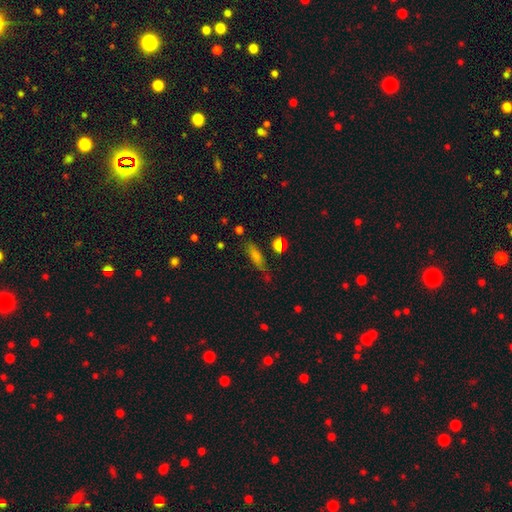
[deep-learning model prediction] Q: Smooth or featured?
A: smooth (46%); runner-up: featured or disk (33%)
Q: Merging?
A: none (73%); runner-up: minor disturbance (17%)